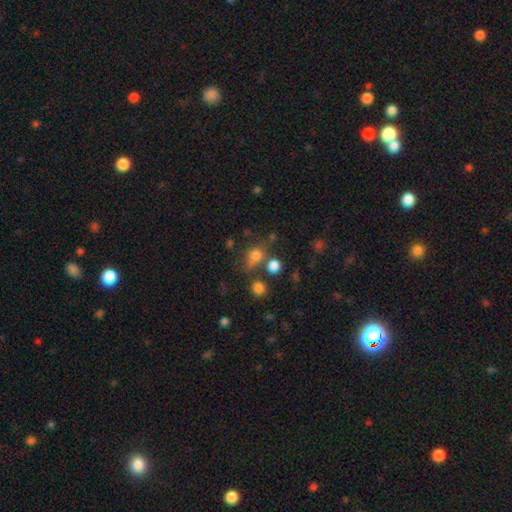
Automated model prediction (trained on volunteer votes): Smooth or featured: smooth — 75% (star or artifact — 17%)
How rounded: round — 71% (in between — 28%)
Merging: none — 58% (merger — 18%)